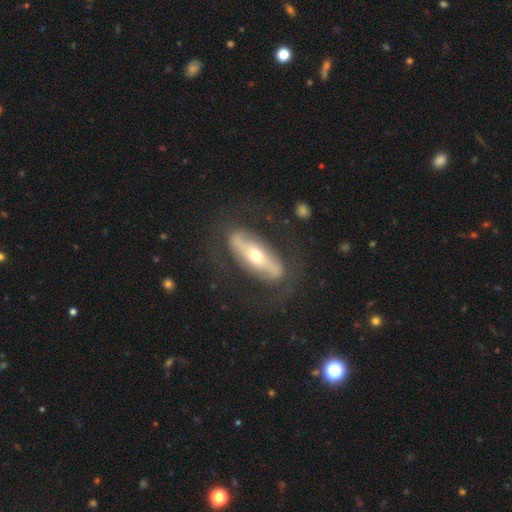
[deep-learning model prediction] The model was most divided on "spiral arms": yes: 55%, no: 45%. More confident: merging — none (74%); edge-on disk — no (73%); smooth or featured — featured or disk (69%); bulge size — moderate (56%); bar — strong (53%).